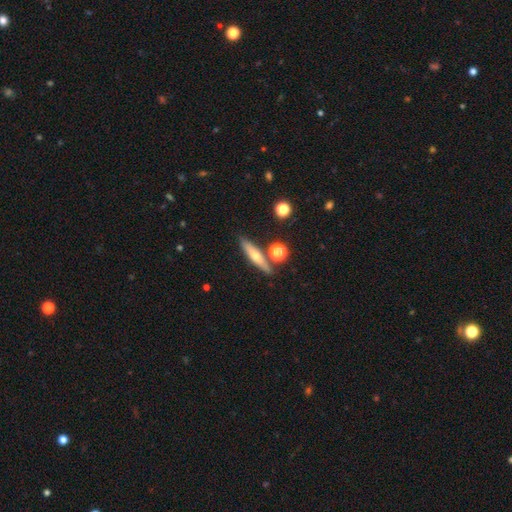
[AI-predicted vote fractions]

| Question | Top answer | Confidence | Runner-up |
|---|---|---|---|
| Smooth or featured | smooth | 50% | featured or disk (42%) |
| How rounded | cigar-shaped | 78% | in between (18%) |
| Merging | none | 79% | minor disturbance (10%) |